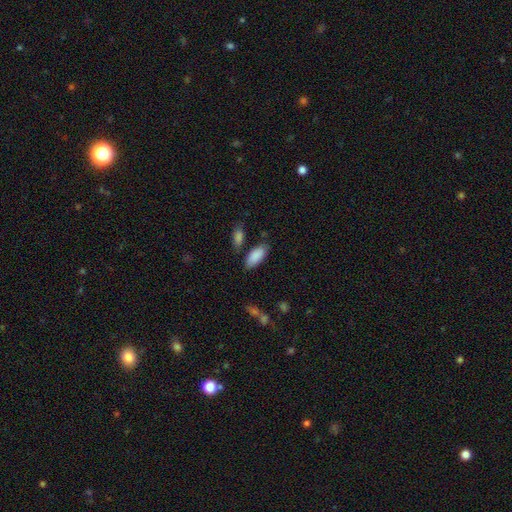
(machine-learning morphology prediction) type=smooth (89%); roundness=in between (88%); merging=none (79%).